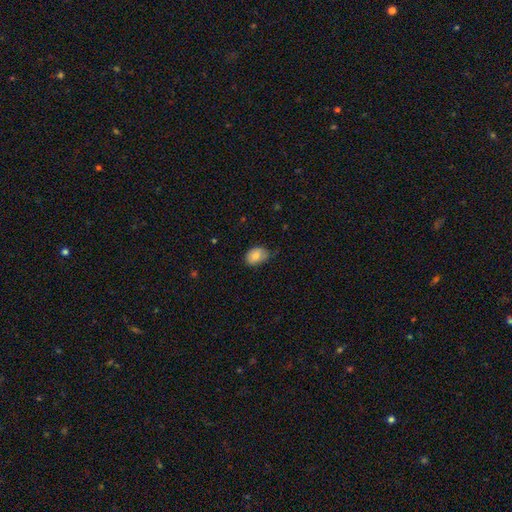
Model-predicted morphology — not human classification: Q: Smooth or featured?
A: smooth (81%); runner-up: featured or disk (12%)
Q: How rounded?
A: in between (79%); runner-up: round (20%)
Q: Merging?
A: none (57%); runner-up: minor disturbance (35%)